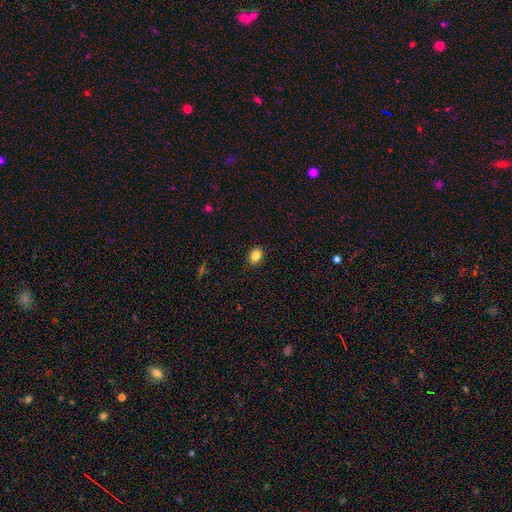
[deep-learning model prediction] The model was most divided on "how rounded": in between: 64%, round: 35%, cigar-shaped: 1%. More confident: merging — none (89%); smooth or featured — smooth (84%).